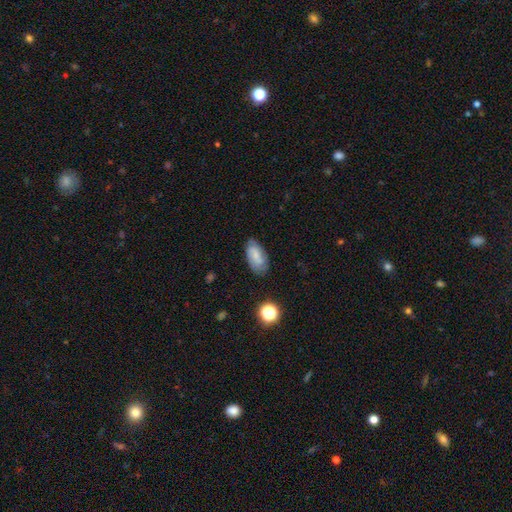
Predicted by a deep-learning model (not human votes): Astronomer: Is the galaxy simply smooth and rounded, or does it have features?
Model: smooth — 62%.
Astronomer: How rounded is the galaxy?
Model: in between — 91%.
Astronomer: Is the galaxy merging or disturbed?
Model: none — 75%.